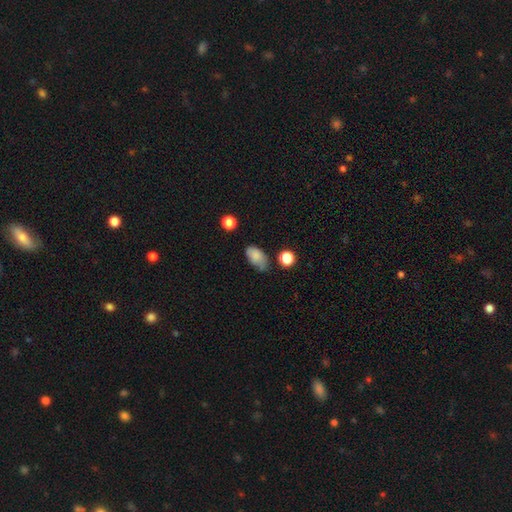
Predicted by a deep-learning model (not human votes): A smooth galaxy with no disk features (83%) that is in between round and cigar-shaped (91%). Merging: none (53%).